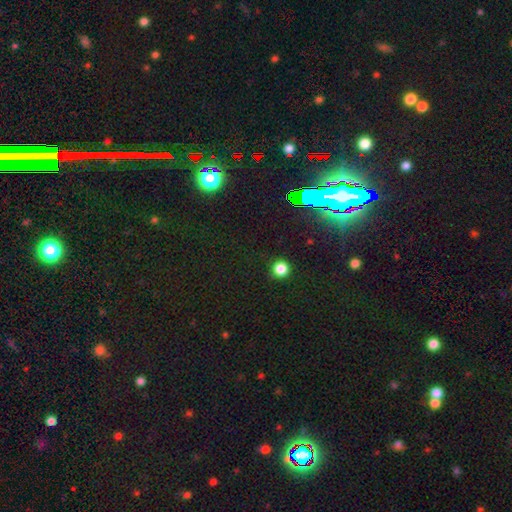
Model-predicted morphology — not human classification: Overall: star or artifact (82%).